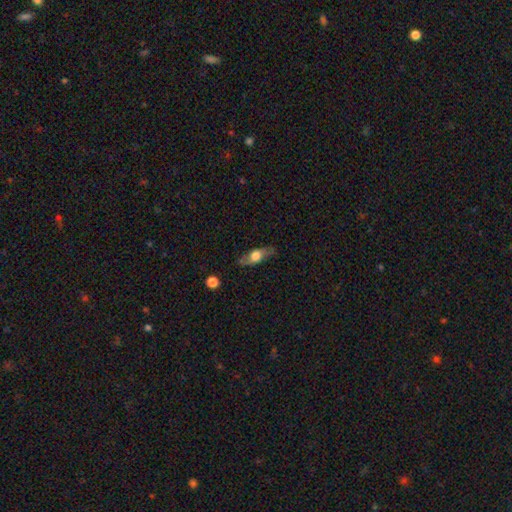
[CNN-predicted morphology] This is possibly a smooth galaxy (50%). Merging: likely none (78%).